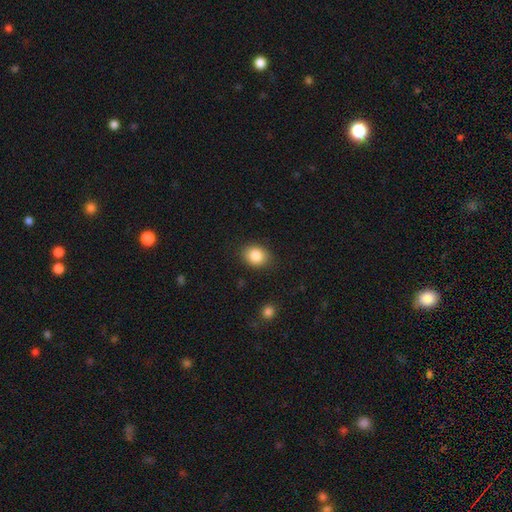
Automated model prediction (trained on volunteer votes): Overall: smooth (85%). How rounded: round (51%; in between 48%). Merging: none (86%).